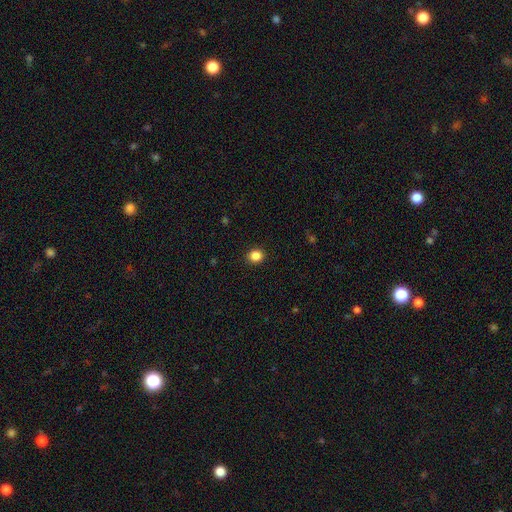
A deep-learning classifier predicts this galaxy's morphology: A smooth galaxy with no disk features (85%) that is round (78%).

Vote fractions:
- Smooth or featured? smooth: 85% / star or artifact: 11% / featured or disk: 4%
- How rounded? round: 78% / in between: 21% / cigar-shaped: 1%
- Merging? none: 91% / minor disturbance: 6% / major disturbance: 2% / merger: 1%